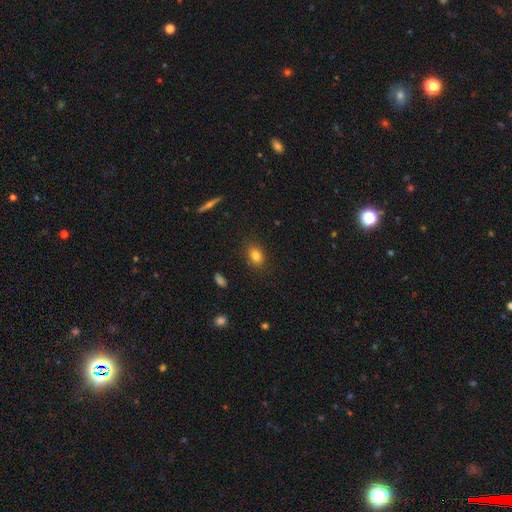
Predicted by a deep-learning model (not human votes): Smooth or featured? Predicted: smooth (p=0.81). How rounded? Predicted: in between (p=0.70). Merging? Predicted: none (p=0.85).